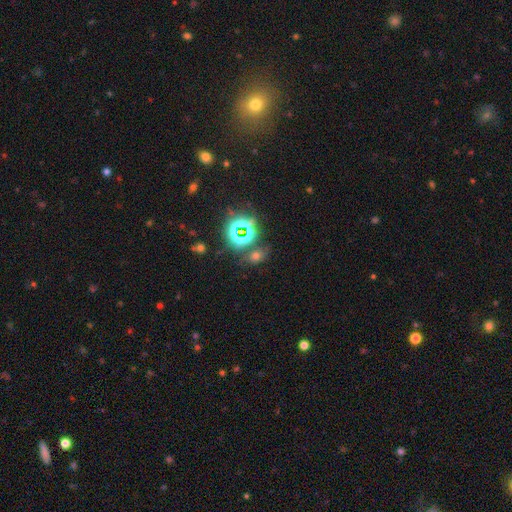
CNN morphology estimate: This is possibly a smooth galaxy (46%). Merging: likely none (68%).